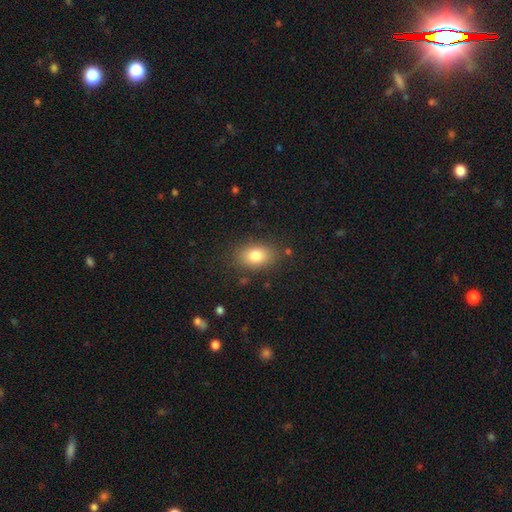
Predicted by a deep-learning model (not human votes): This is likely a smooth galaxy (80%). How rounded: clearly in between (82%). Merging: clearly none (83%).